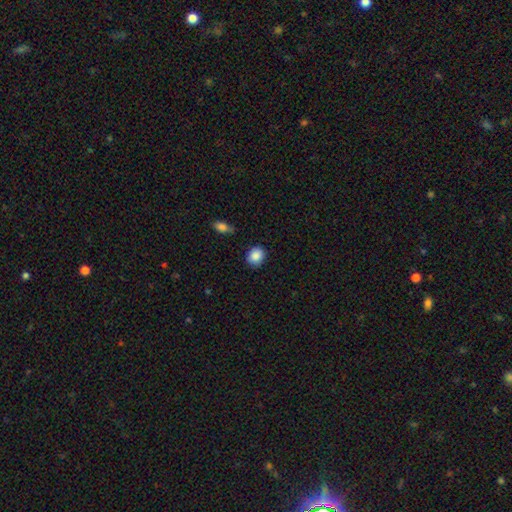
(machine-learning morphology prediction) Smooth or featured? smooth (88%)
How rounded? round (65%)
Merging? none (82%)